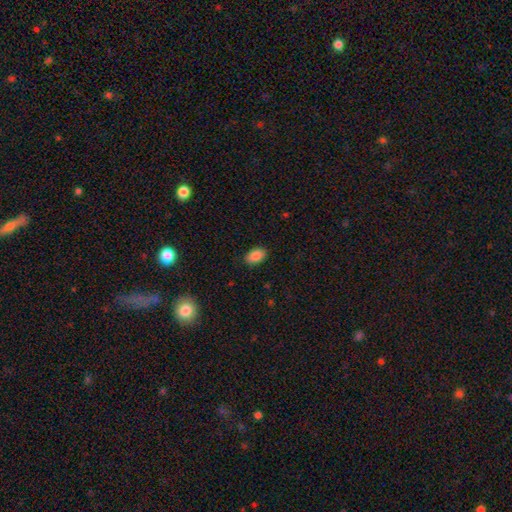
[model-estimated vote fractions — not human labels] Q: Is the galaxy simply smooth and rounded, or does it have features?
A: smooth — 87%.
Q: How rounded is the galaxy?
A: in between — 91%.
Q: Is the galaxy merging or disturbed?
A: none — 87%.